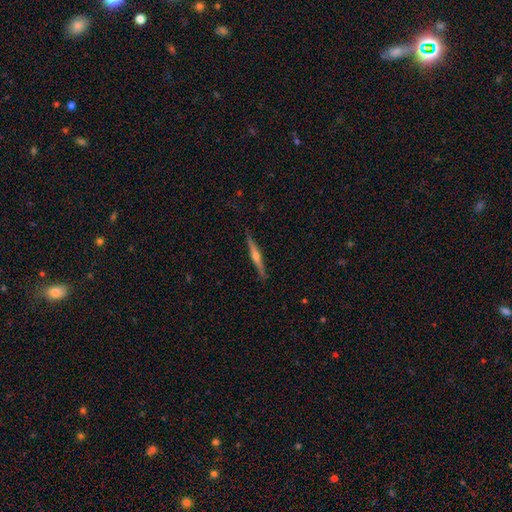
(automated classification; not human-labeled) This is likely a featured or disk galaxy (76%). It is clearly viewed edge-on (98%). Edge-on bulge: clearly rounded (89%). Merging: clearly none (90%).